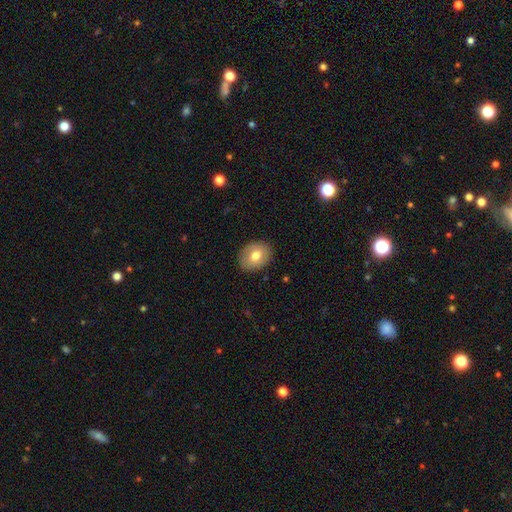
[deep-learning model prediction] Smooth or featured: smooth — 75% (featured or disk — 17%)
How rounded: in between — 59% (round — 41%)
Merging: none — 87% (minor disturbance — 9%)